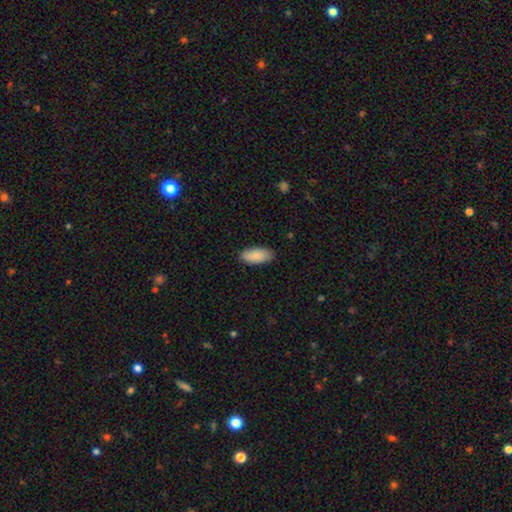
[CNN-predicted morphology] smooth-or-featured: smooth: 88% | featured or disk: 6% | star or artifact: 6%
  how-rounded: in between: 88% | cigar-shaped: 10% | round: 2%
  merging: none: 87% | minor disturbance: 10% | major disturbance: 2% | merger: 1%